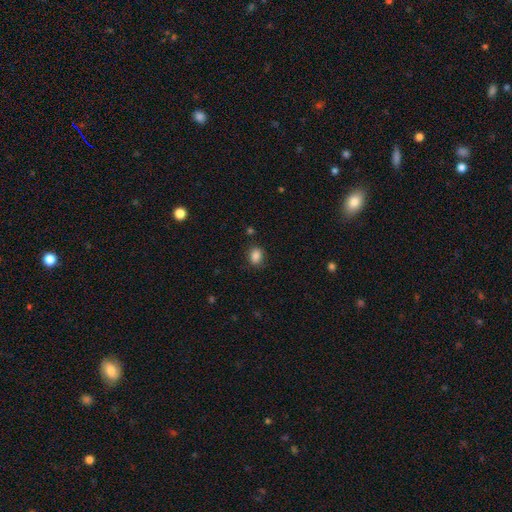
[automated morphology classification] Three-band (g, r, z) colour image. It shows a smooth galaxy with no disk features (86%) that is in between round and cigar-shaped (63%). Merging: none (84%).